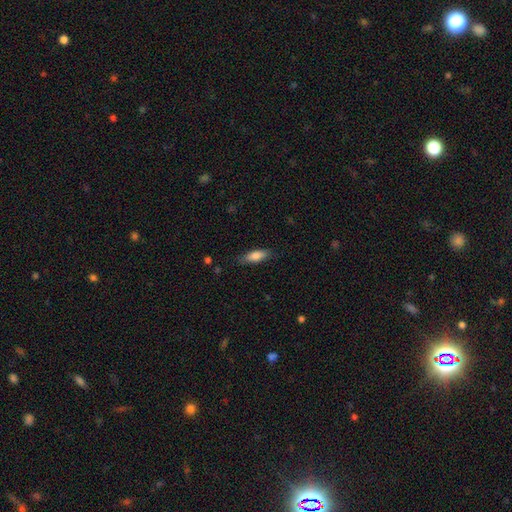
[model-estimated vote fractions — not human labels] This is likely a smooth galaxy (80%). How rounded: likely in between (64%). Merging: clearly none (80%).